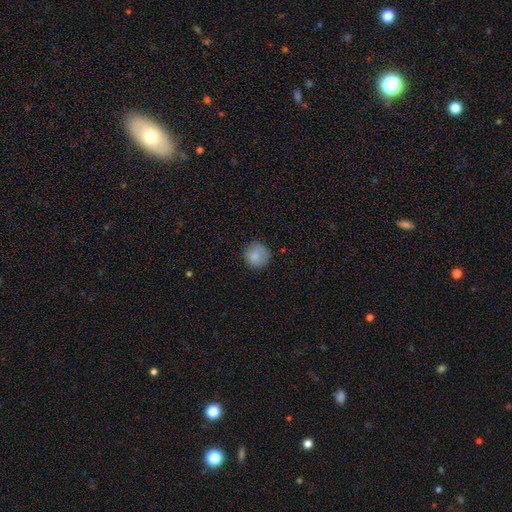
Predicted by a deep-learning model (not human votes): Smooth or featured?
  - smooth: 85% *
  - star or artifact: 8%
  - featured or disk: 7%
How rounded?
  - round: 93% *
  - in between: 6%
  - cigar-shaped: 1%
Merging?
  - none: 82% *
  - minor disturbance: 13%
  - major disturbance: 3%
  - merger: 1%